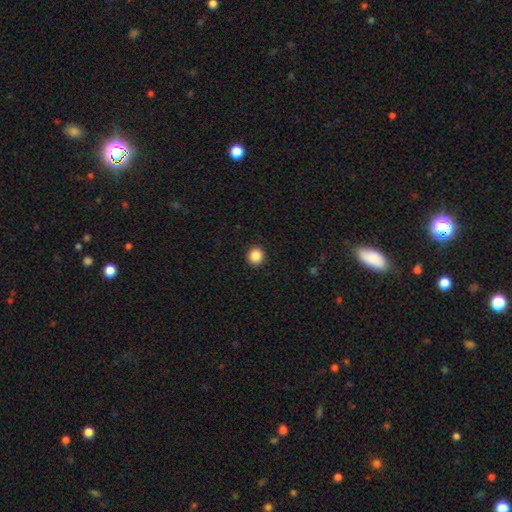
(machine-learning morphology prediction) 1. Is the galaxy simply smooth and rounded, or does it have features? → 87% smooth, 10% star or artifact, 3% featured or disk.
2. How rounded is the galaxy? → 92% round, 7% in between, 1% cigar-shaped.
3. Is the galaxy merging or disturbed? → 93% none, 5% minor disturbance, 2% major disturbance, 1% merger.